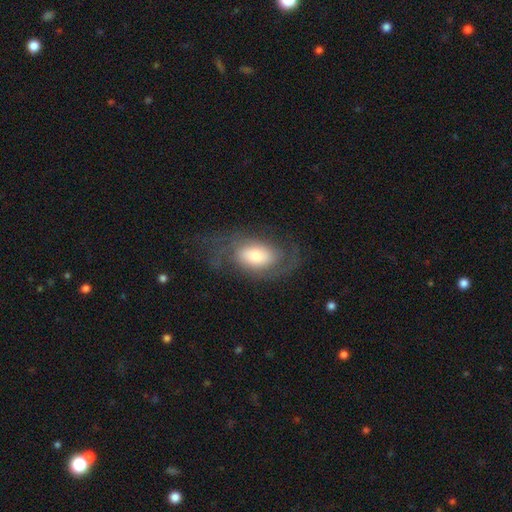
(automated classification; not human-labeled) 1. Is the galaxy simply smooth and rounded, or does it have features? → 67% featured or disk, 26% smooth, 7% star or artifact.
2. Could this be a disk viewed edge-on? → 94% no, 6% yes.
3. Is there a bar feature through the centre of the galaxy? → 63% no, 28% weak, 9% strong.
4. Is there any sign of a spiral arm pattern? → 87% yes, 13% no.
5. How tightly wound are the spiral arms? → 44% medium, 28% loose, 27% tight.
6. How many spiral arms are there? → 67% 2, 17% can't tell, 6% 3, 5% 1, 2% 4, 2% more than 4.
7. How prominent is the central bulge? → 45% moderate, 29% large, 19% small, 5% dominant, 2% none.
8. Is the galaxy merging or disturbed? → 60% none, 19% major disturbance, 19% minor disturbance, 1% merger.